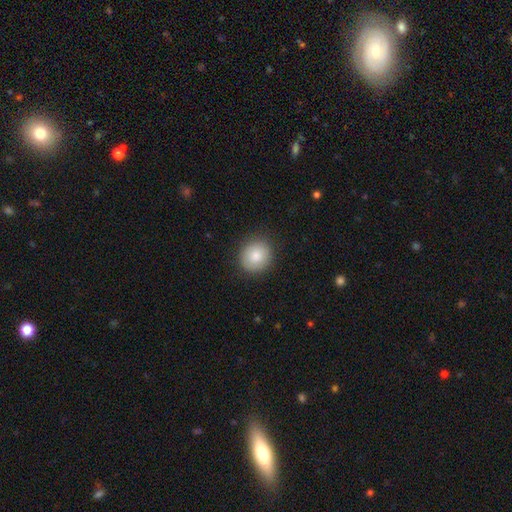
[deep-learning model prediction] smooth 83%, featured or disk 9%, star or artifact 8%. Down the decision tree: how rounded — round (85%); merging — none (88%).